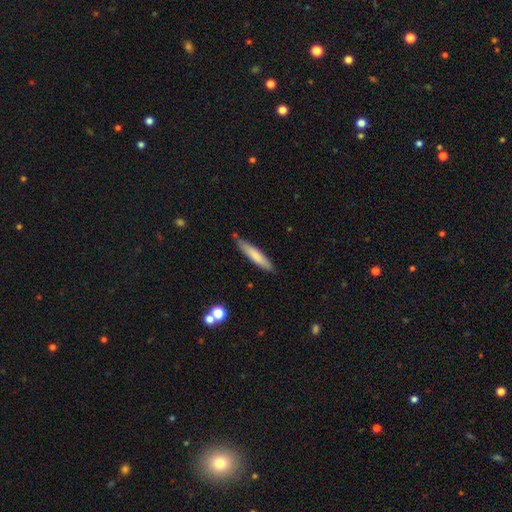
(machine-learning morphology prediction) A smooth galaxy with no disk features (77%) that is cigar-shaped (87%).

Vote fractions:
- Smooth or featured? smooth: 77% / featured or disk: 18% / star or artifact: 5%
- How rounded? cigar-shaped: 87% / in between: 11% / round: 1%
- Merging? none: 83% / minor disturbance: 12% / merger: 3% / major disturbance: 2%